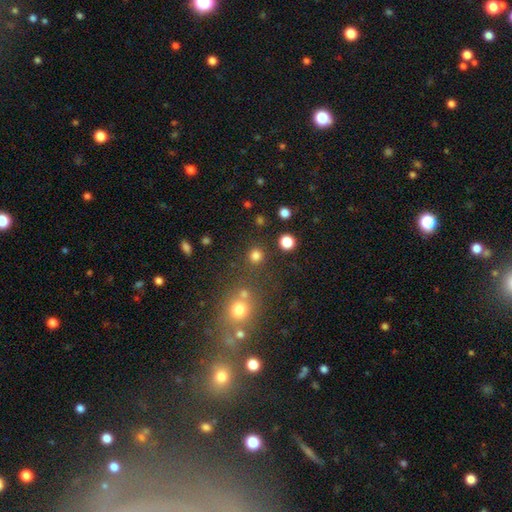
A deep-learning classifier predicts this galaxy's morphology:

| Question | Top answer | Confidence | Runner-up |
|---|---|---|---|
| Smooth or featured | smooth | 80% | star or artifact (16%) |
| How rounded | round | 92% | in between (7%) |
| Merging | none | 83% | merger (7%) |